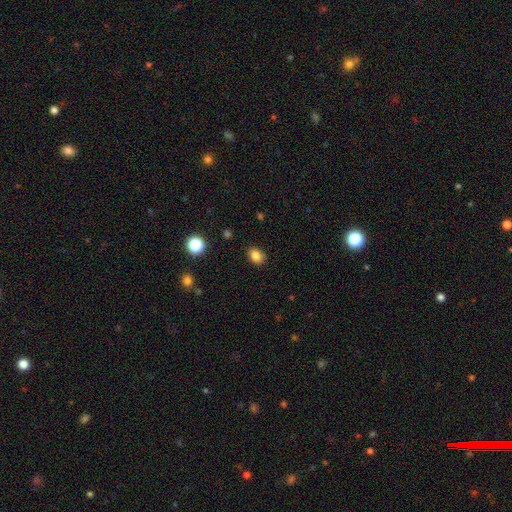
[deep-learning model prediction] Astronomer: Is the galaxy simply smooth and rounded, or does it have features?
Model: smooth — 82%.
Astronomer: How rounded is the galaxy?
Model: in between — 62%.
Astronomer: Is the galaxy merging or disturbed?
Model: none — 82%.